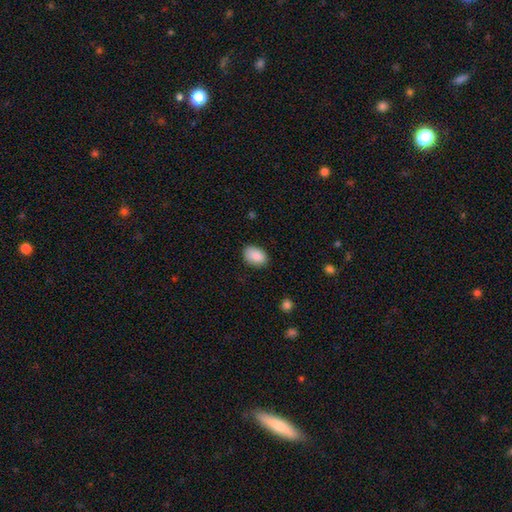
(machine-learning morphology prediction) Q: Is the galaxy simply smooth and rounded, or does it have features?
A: smooth — 89%.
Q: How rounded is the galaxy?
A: in between — 84%.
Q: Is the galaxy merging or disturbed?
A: none — 82%.